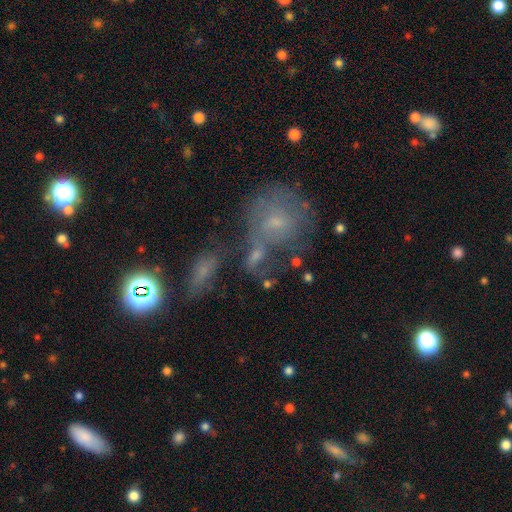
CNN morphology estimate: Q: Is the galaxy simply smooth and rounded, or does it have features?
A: smooth — 48%.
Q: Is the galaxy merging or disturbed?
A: merger — 42%.